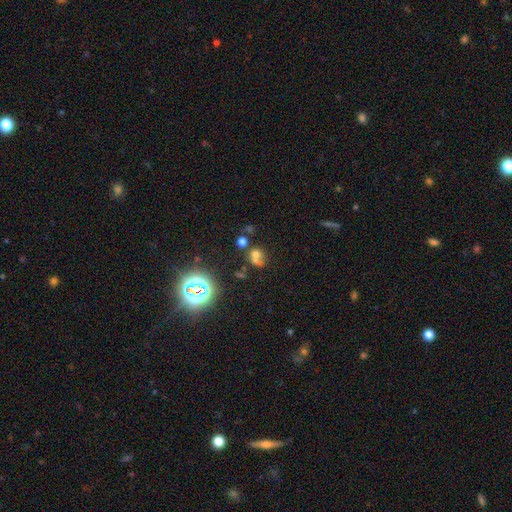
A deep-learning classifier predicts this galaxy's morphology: smooth_or_featured: smooth (p=0.54) [alt: star or artifact p=0.27]
how_rounded: round (p=0.68) [alt: in between p=0.31]
merging: merger (p=0.44) [alt: none p=0.35]